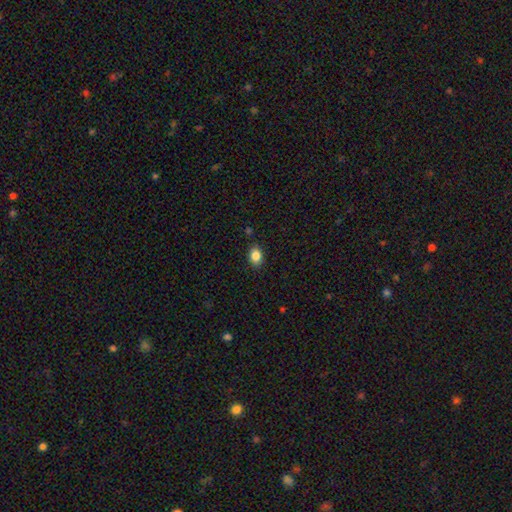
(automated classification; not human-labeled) This appears to be a smooth galaxy with no disk features (86%) that is in between round and cigar-shaped (74%). Merging: none (87%).